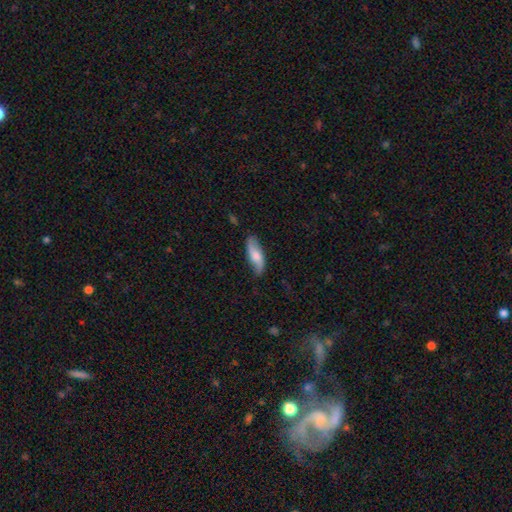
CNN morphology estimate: Smooth or featured? Predicted: smooth (p=0.56). How rounded? Predicted: in between (p=0.59). Merging? Predicted: none (p=0.75).